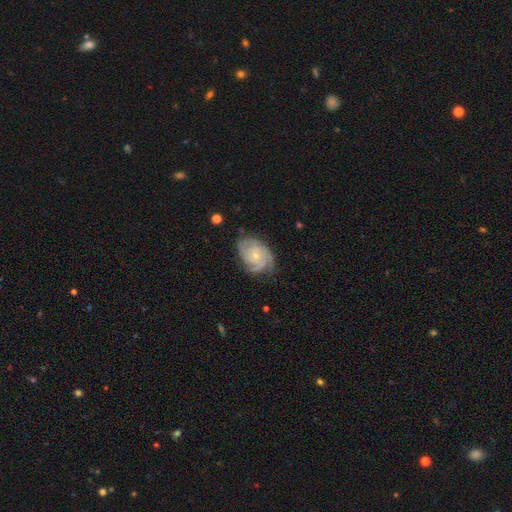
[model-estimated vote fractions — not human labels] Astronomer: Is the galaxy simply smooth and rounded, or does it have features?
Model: featured or disk — 79%.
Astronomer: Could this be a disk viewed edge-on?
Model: no — 97%.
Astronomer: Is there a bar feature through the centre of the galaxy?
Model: no — 79%.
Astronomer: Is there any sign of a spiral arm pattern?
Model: yes — 95%.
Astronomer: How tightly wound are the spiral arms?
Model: tight — 61%.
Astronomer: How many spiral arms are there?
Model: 3 — 33% (runner-up: can't tell, 24%).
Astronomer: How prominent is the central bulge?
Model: small — 70%.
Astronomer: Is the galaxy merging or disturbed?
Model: none — 69%.